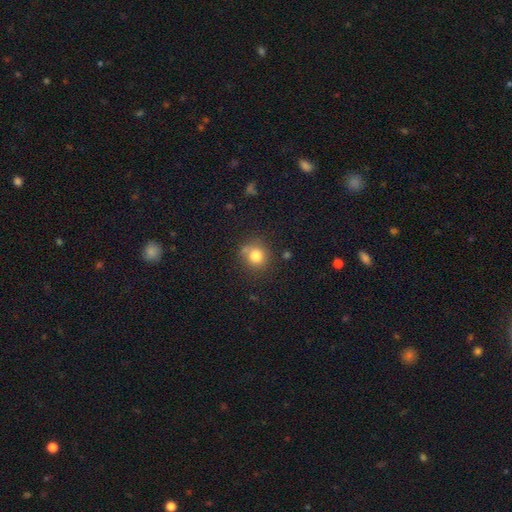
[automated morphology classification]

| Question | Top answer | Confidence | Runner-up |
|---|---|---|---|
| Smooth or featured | smooth | 80% | star or artifact (12%) |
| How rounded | round | 85% | in between (14%) |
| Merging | none | 68% | minor disturbance (16%) |